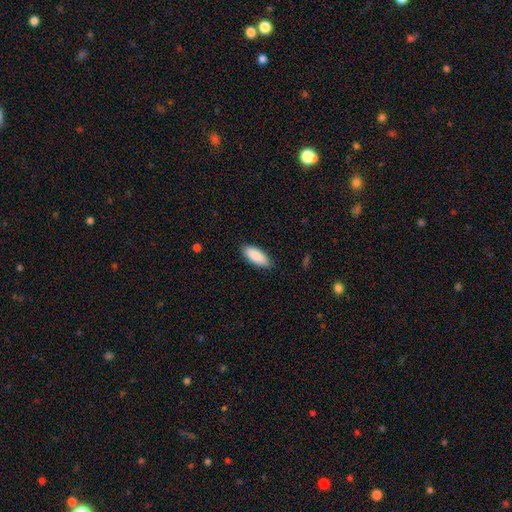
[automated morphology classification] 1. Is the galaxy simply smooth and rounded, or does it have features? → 90% smooth, 6% star or artifact, 4% featured or disk.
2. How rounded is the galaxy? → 81% in between, 17% cigar-shaped, 2% round.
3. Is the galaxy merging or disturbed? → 86% none, 11% minor disturbance, 2% major disturbance, 1% merger.